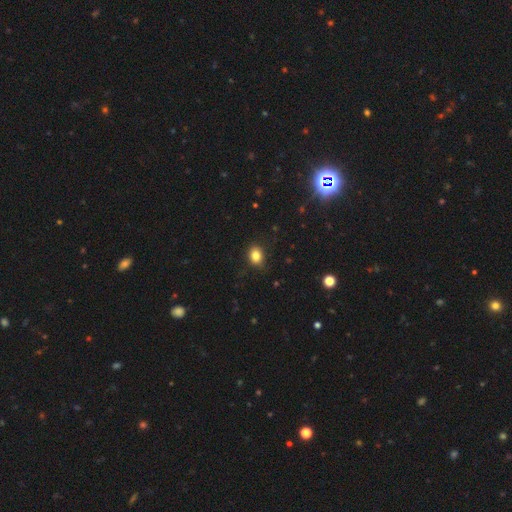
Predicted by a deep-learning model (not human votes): Smooth or featured? smooth (83%)
How rounded? in between (58%)
Merging? none (84%)